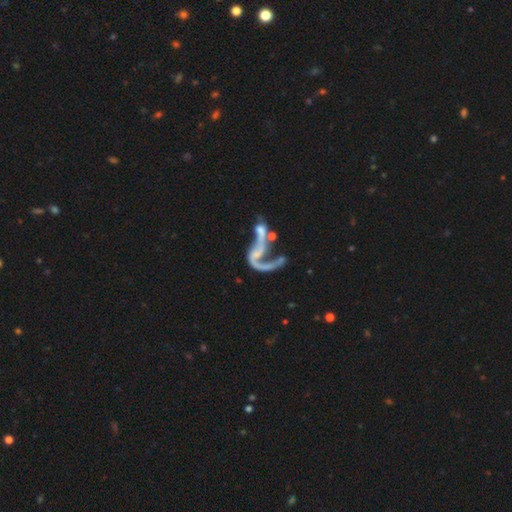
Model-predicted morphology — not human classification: smooth_or_featured: featured or disk (p=0.78) [alt: smooth p=0.14]
disk_edge_on: no (p=0.95) [alt: yes p=0.05]
bar: no (p=0.60) [alt: weak p=0.25]
has_spiral_arms: yes (p=0.73) [alt: no p=0.27]
spiral_winding: loose (p=0.86) [alt: medium p=0.11]
spiral_arm_count: 2 (p=0.55) [alt: 1 p=0.37]
bulge_size: none (p=0.49) [alt: small p=0.37]
merging: merger (p=0.42) [alt: major disturbance p=0.29]